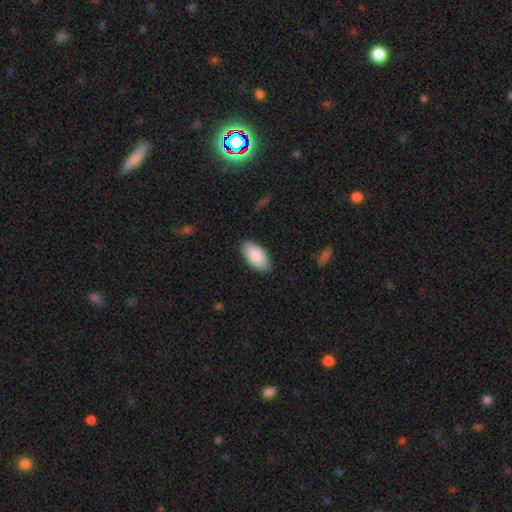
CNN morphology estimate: smooth-or-featured: smooth: 89% | featured or disk: 6% | star or artifact: 5%
  how-rounded: in between: 95% | cigar-shaped: 3% | round: 2%
  merging: none: 87% | minor disturbance: 10% | major disturbance: 2% | merger: 1%